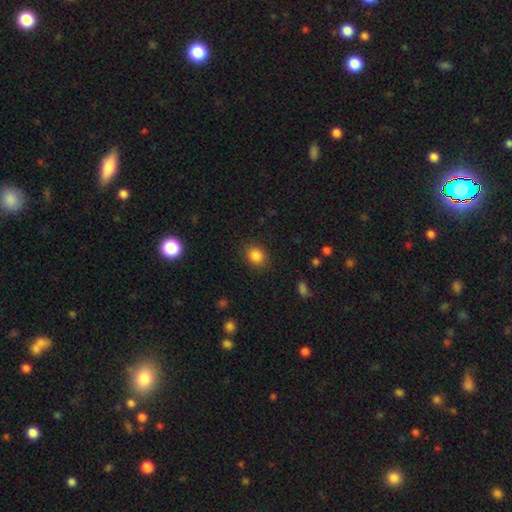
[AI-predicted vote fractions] smooth 86%, star or artifact 10%, featured or disk 4%. Down the decision tree: how rounded — round (63%); merging — none (86%).